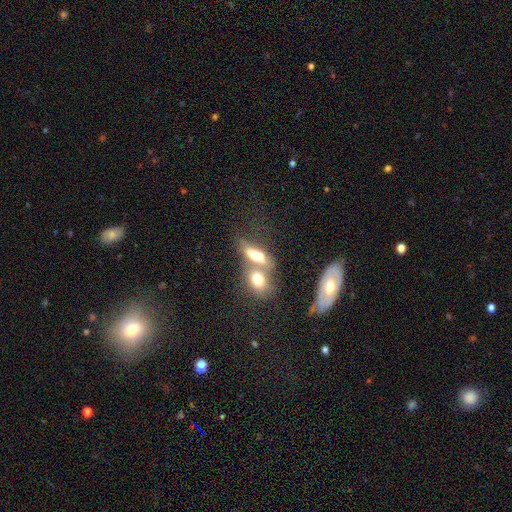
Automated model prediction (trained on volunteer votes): A smooth galaxy with no disk features (60%) that is in between round and cigar-shaped (67%). Merging: merger (64%).